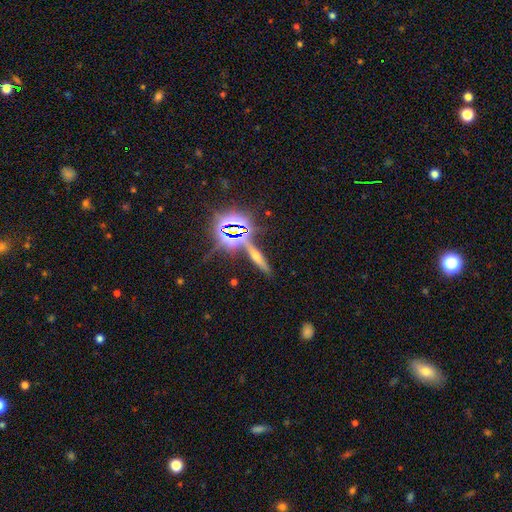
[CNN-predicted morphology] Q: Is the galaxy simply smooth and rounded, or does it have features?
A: featured or disk — 39%.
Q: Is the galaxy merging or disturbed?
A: none — 81%.